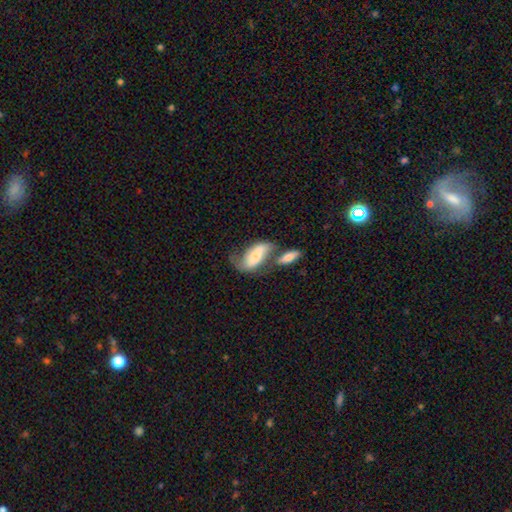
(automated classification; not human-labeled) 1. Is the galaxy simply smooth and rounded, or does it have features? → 47% smooth (tied), 47% featured or disk (tied), 6% star or artifact.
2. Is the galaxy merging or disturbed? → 42% merger, 29% none, 16% minor disturbance, 12% major disturbance.